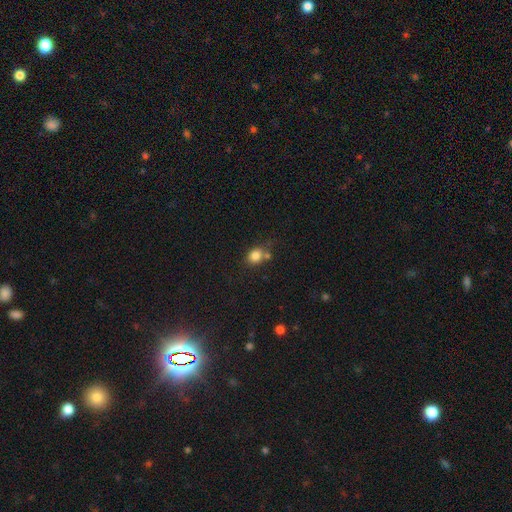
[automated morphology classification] Smooth or featured: smooth — 83% (star or artifact — 11%)
How rounded: round — 60% (in between — 38%)
Merging: none — 58% (merger — 23%)